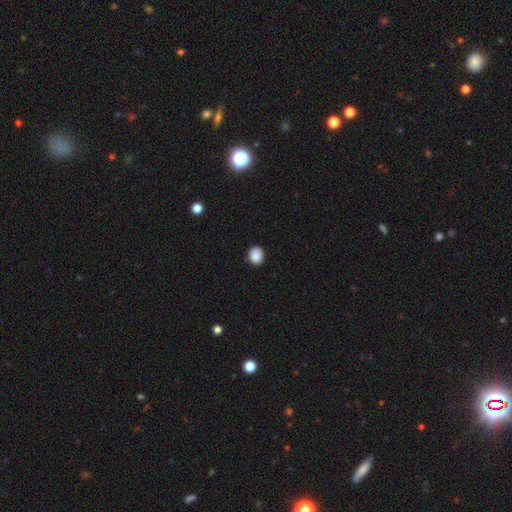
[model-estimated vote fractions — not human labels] Smooth or featured? Predicted: smooth (p=0.88). How rounded? Predicted: round (p=0.71). Merging? Predicted: none (p=0.88).